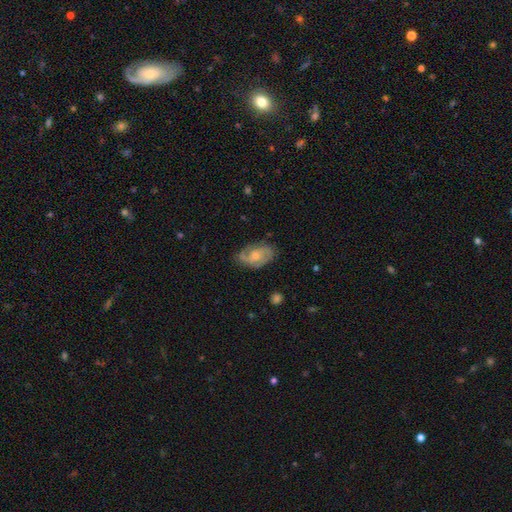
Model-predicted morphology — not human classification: Smooth or featured: featured or disk — 74% (smooth — 20%)
Edge-on disk: no — 96% (yes — 4%)
Bar: no — 63% (weak — 32%)
Spiral arms: yes — 92% (no — 8%)
Spiral winding: medium — 47% (tight — 36%)
Spiral arm count: 2 — 64% (can't tell — 15%)
Bulge size: moderate — 50% (small — 31%)
Merging: none — 72% (minor disturbance — 20%)